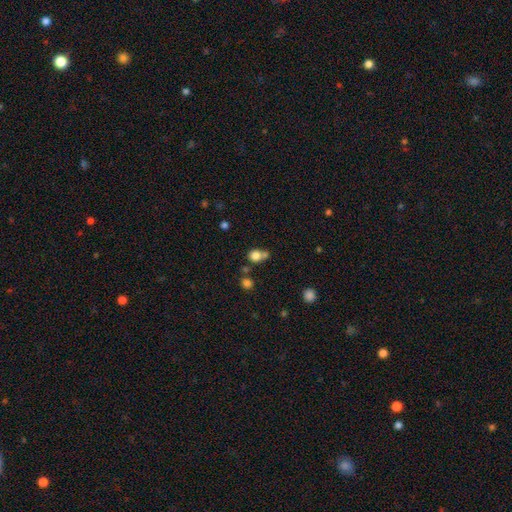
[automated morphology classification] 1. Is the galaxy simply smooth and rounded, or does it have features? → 79% smooth, 13% star or artifact, 8% featured or disk.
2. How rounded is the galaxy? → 79% round, 20% in between, 1% cigar-shaped.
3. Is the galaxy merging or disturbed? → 49% none, 34% merger, 11% minor disturbance, 5% major disturbance.